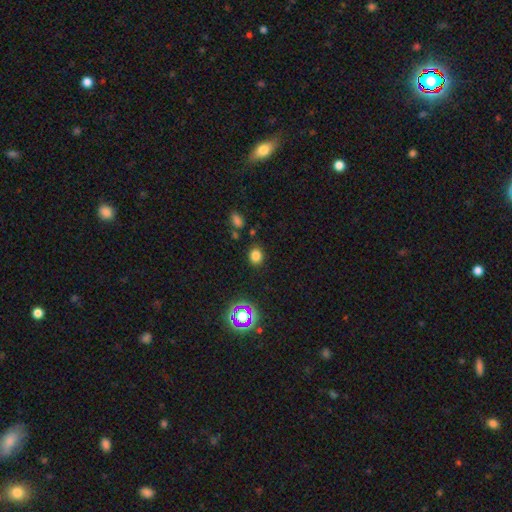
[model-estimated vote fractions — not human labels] The model was most divided on "how rounded": round: 67%, in between: 32%, cigar-shaped: 1%. More confident: merging — none (86%); smooth or featured — smooth (76%).